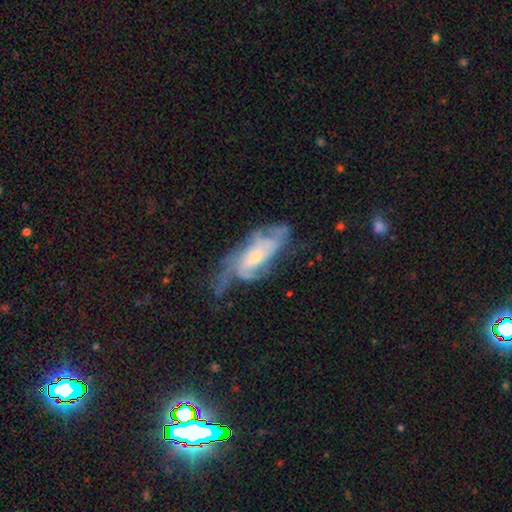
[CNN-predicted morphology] type=featured or disk (75%); edge-on=no (90%); bar=no (64%); spiral arms=yes (85%); winding=medium (40%, tied with tight); arm count=can't tell (44%); bulge=small (56%); merging=none (44%).